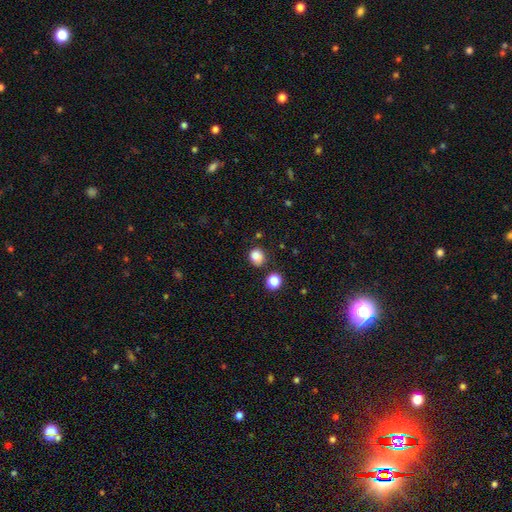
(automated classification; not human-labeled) Morphology: type=smooth (84%); roundness=round (75%); merging=none (77%).